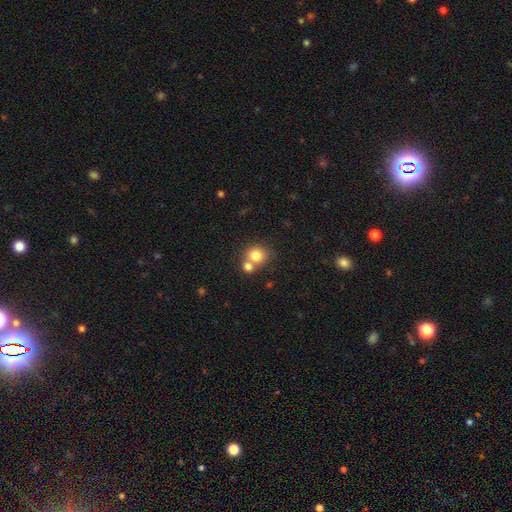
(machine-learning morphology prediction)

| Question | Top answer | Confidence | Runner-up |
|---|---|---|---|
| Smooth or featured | smooth | 79% | star or artifact (11%) |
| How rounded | round | 78% | in between (21%) |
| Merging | none | 45% | merger (44%) |